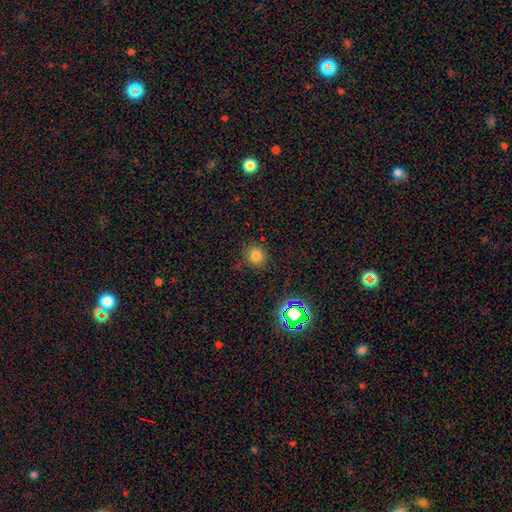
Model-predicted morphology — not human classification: Overall: smooth (76%). How rounded: round (86%). Merging: none (83%).